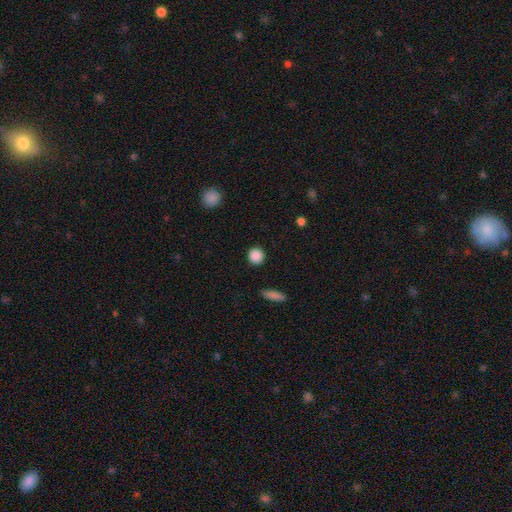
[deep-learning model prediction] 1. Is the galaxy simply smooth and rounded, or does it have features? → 88% smooth, 9% star or artifact, 3% featured or disk.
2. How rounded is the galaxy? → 92% round, 7% in between, 1% cigar-shaped.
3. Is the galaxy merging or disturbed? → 91% none, 6% minor disturbance, 2% major disturbance, 1% merger.